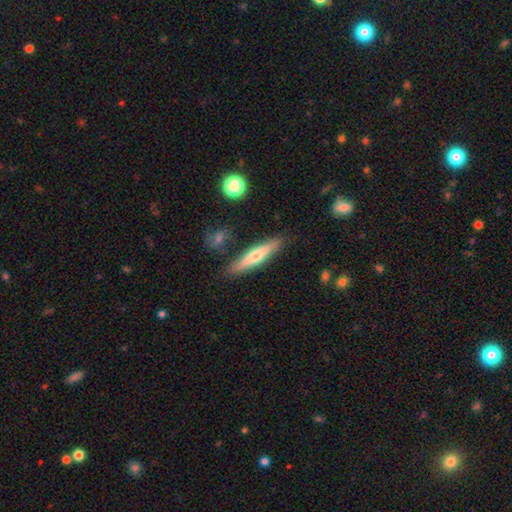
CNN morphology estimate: smooth-or-featured: smooth: 47% | featured or disk: 46% | star or artifact: 7%
  merging: none: 83% | minor disturbance: 11% | merger: 3% | major disturbance: 2%